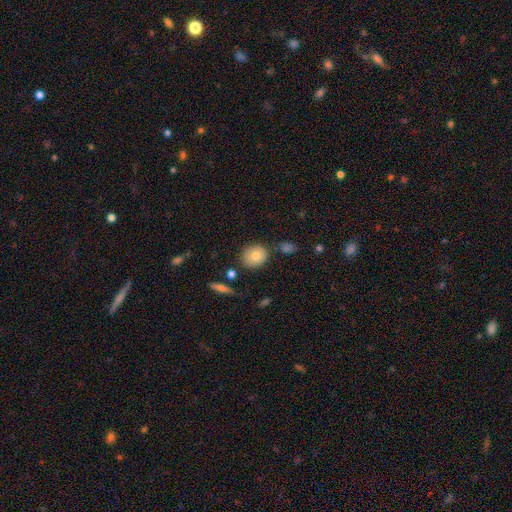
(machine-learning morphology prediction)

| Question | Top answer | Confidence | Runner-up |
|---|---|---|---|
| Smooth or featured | smooth | 79% | featured or disk (12%) |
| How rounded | round | 76% | in between (23%) |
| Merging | none | 77% | minor disturbance (13%) |